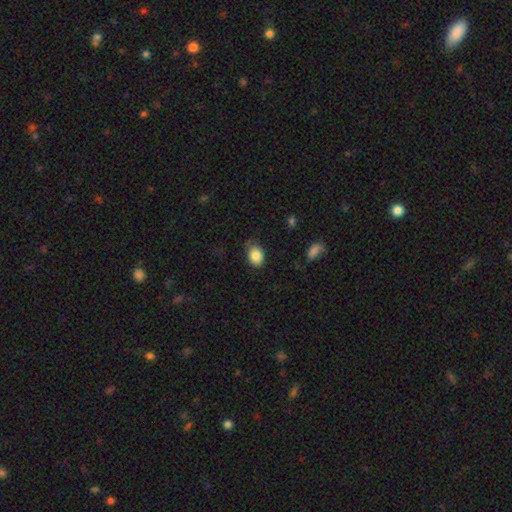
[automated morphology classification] smooth_or_featured: smooth (p=0.85) [alt: star or artifact p=0.08]
how_rounded: in between (p=0.67) [alt: round p=0.32]
merging: none (p=0.67) [alt: minor disturbance p=0.25]